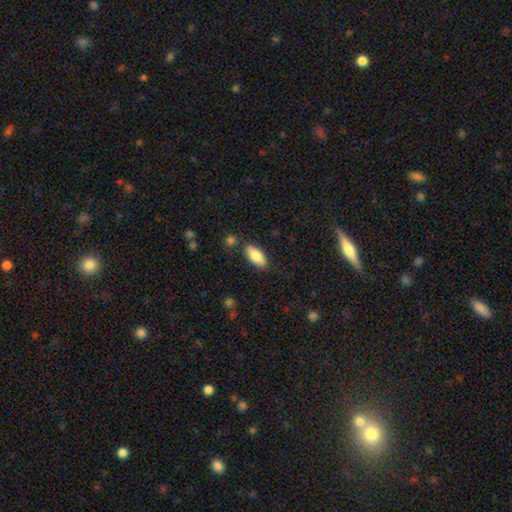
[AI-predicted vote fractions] Morphology: type=smooth (82%); roundness=in between (87%); merging=none (82%).